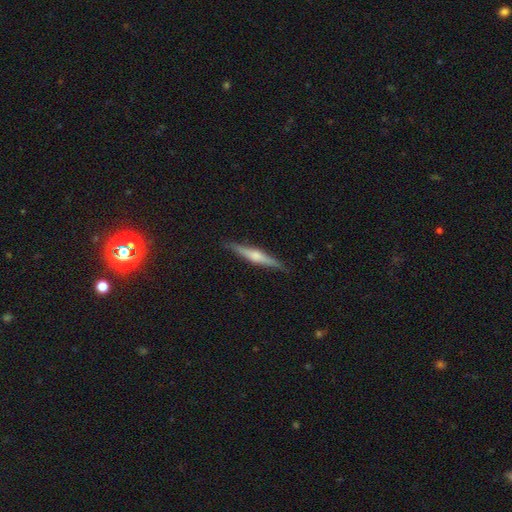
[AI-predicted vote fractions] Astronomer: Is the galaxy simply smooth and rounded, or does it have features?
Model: featured or disk — 66%.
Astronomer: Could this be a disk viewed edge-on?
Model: yes — 98%.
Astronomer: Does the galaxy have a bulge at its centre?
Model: rounded — 78%.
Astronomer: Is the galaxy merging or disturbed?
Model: none — 89%.